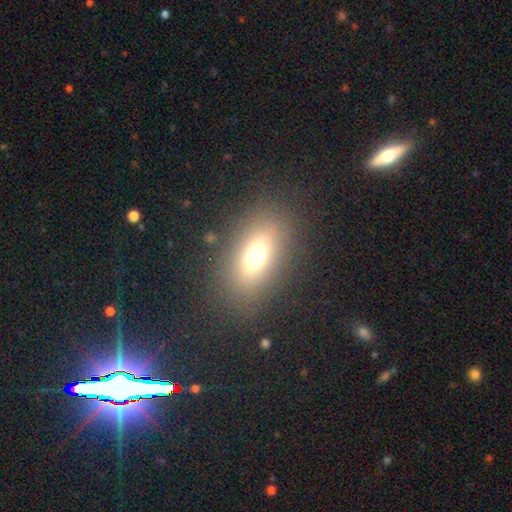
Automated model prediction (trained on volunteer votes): Smooth or featured? smooth (66%)
How rounded? in between (78%)
Merging? none (83%)